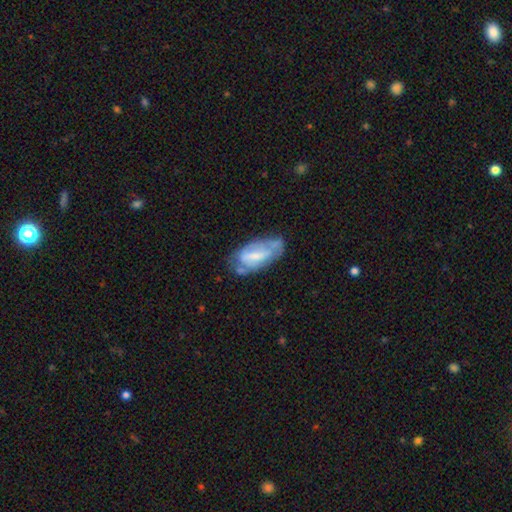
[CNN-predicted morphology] The model was most divided on "spiral arms": yes: 53%, no: 47%. Remaining: edge-on disk — no (91%); smooth or featured — featured or disk (55%); merging — none (46%); bulge size — small (44%); bar — weak (41%).